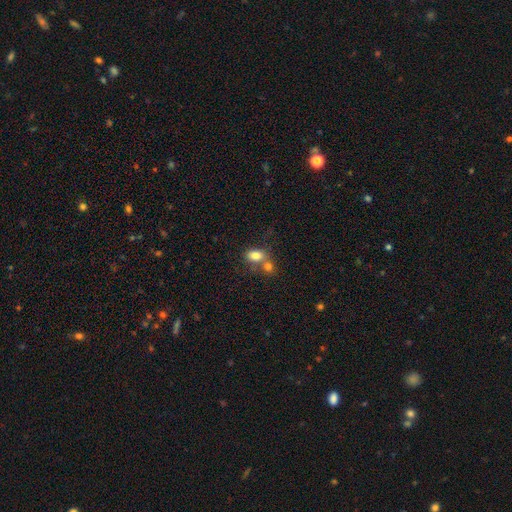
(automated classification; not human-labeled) smooth 80%, featured or disk 10%, star or artifact 10%. Down the decision tree: how rounded — in between (78%); merging — merger (48%).